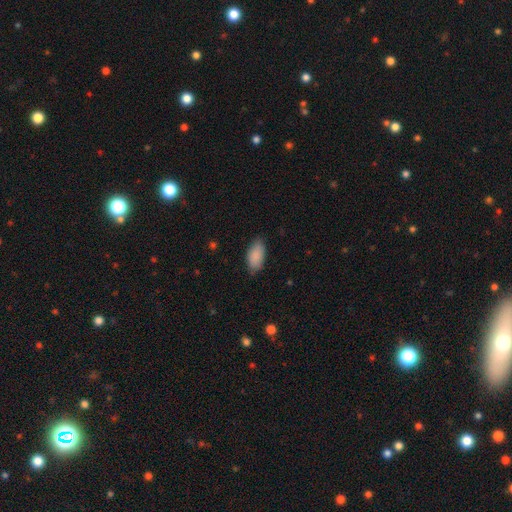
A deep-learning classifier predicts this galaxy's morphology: Smooth or featured? smooth (89%)
How rounded? in between (94%)
Merging? none (78%)